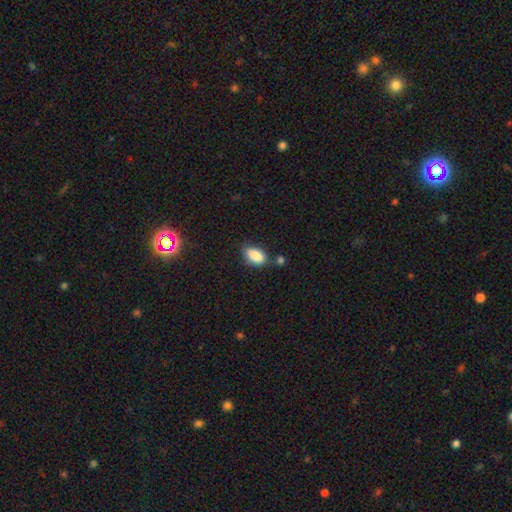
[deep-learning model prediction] Smooth or featured? Predicted: smooth (p=0.86). How rounded? Predicted: in between (p=0.90). Merging? Predicted: none (p=0.64).